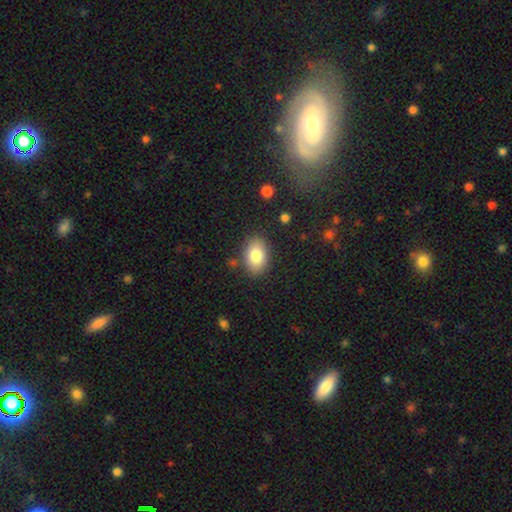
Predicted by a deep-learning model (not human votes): The model was most divided on "smooth or featured": smooth: 82%, featured or disk: 11%, star or artifact: 7%. More confident: how rounded — in between (86%); merging — none (84%).